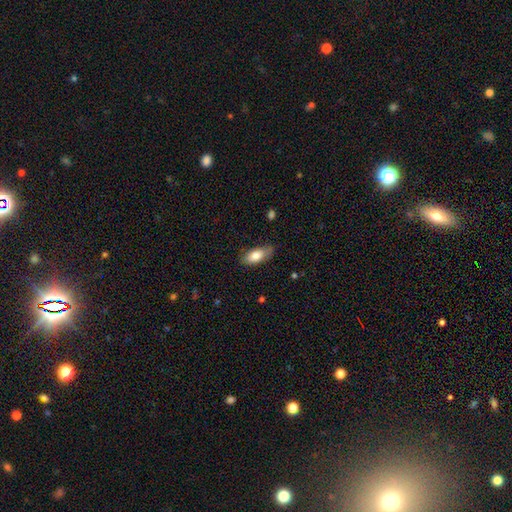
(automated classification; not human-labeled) This appears to be a smooth galaxy with no disk features (80%) that is in between round and cigar-shaped (87%). Merging: none (75%).